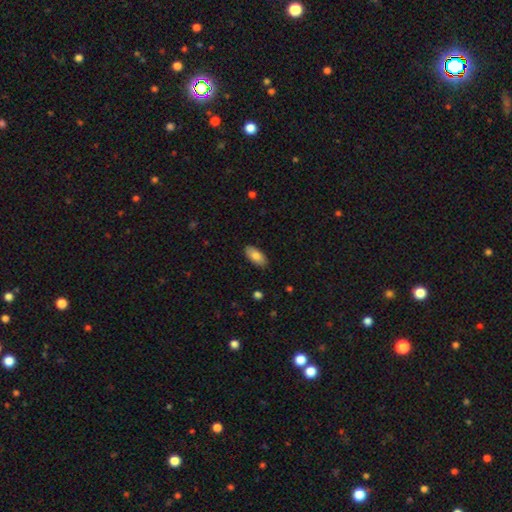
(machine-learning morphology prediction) The model was most divided on "smooth or featured": smooth: 80%, featured or disk: 14%, star or artifact: 6%. More confident: how rounded — in between (91%); merging — none (88%).